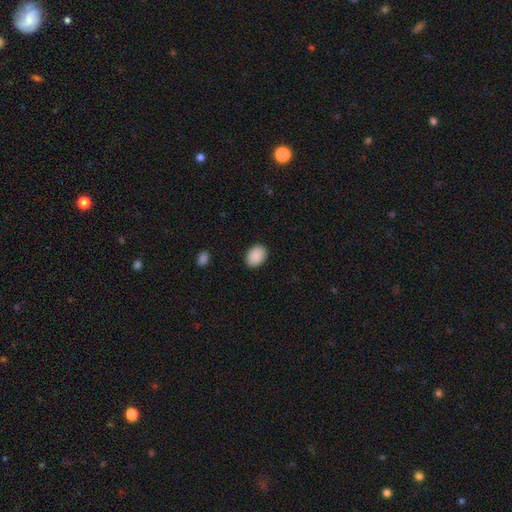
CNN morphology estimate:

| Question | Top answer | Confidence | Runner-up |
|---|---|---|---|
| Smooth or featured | smooth | 90% | star or artifact (7%) |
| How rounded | in between | 74% | round (25%) |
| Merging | none | 89% | minor disturbance (8%) |